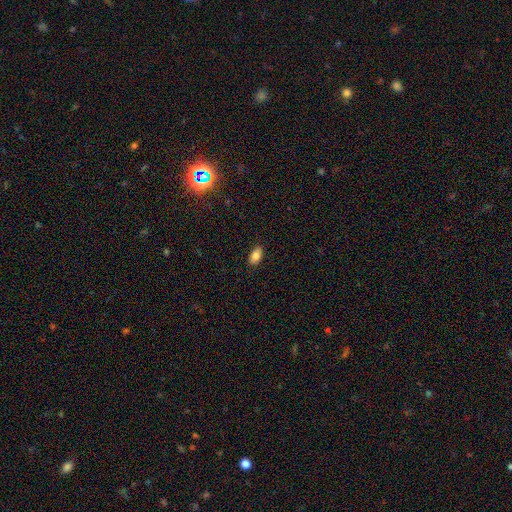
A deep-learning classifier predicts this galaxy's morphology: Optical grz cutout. It shows a smooth galaxy with no disk features (84%) that is in between round and cigar-shaped (91%). Merging: none (87%).